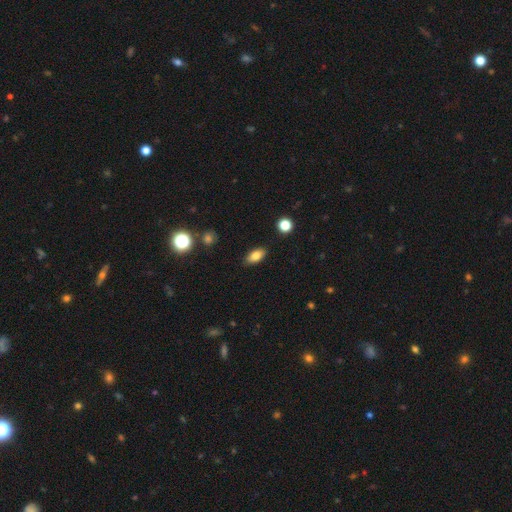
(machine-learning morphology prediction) The model was most divided on "smooth or featured": smooth: 82%, star or artifact: 9%, featured or disk: 8%. More confident: how rounded — in between (88%); merging — none (87%).